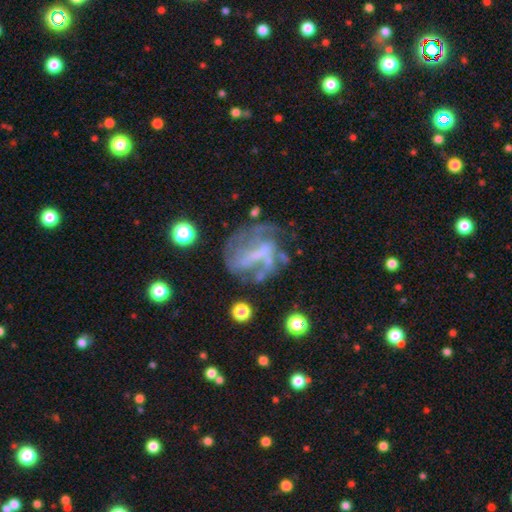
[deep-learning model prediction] smooth_or_featured: featured or disk (p=0.70) [alt: smooth p=0.17]
disk_edge_on: no (p=0.96) [alt: yes p=0.04]
bar: strong (p=0.36) [alt: no p=0.33]
has_spiral_arms: yes (p=0.60) [alt: no p=0.40]
bulge_size: none (p=0.62) [alt: small p=0.21]
merging: none (p=0.45) [alt: major disturbance p=0.28]